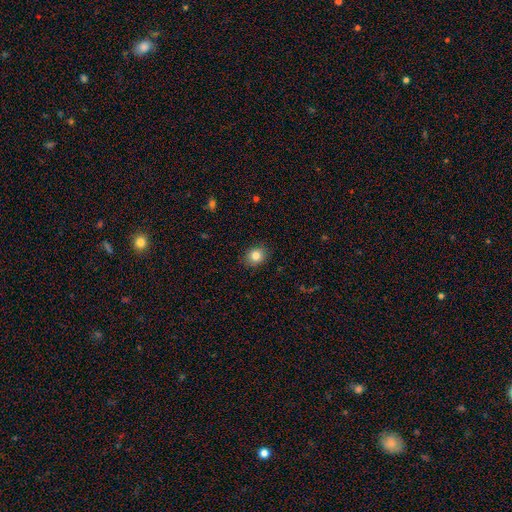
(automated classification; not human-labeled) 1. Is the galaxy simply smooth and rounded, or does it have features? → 83% smooth, 10% star or artifact, 7% featured or disk.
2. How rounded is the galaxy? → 66% round, 33% in between, 1% cigar-shaped.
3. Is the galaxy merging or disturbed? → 87% none, 10% minor disturbance, 2% major disturbance, 1% merger.